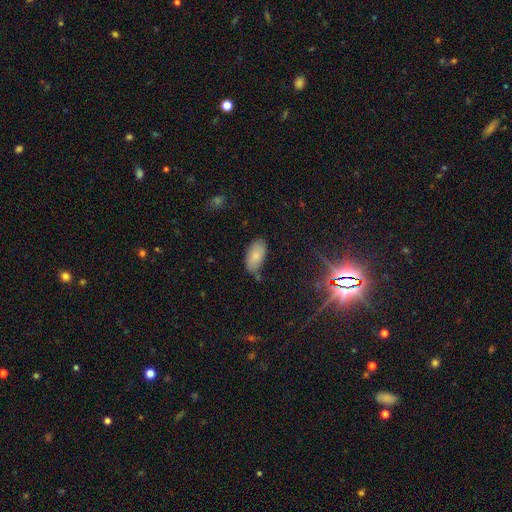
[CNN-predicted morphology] Smooth or featured?
  - smooth: 80% *
  - featured or disk: 12%
  - star or artifact: 8%
How rounded?
  - in between: 94% *
  - round: 3%
  - cigar-shaped: 2%
Merging?
  - none: 63% *
  - minor disturbance: 26%
  - merger: 6%
  - major disturbance: 5%